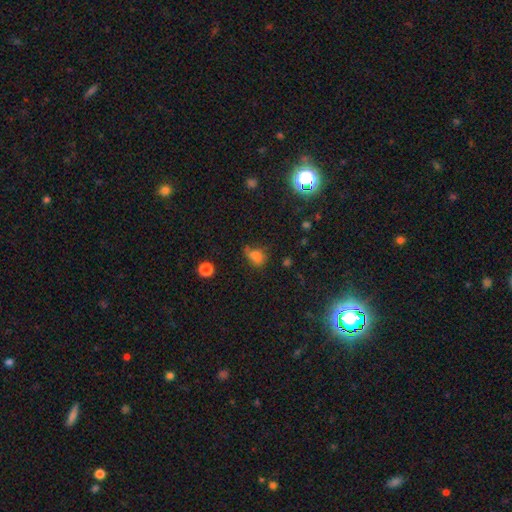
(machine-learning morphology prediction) Smooth or featured? smooth (71%)
How rounded? in between (73%)
Merging? none (43%)